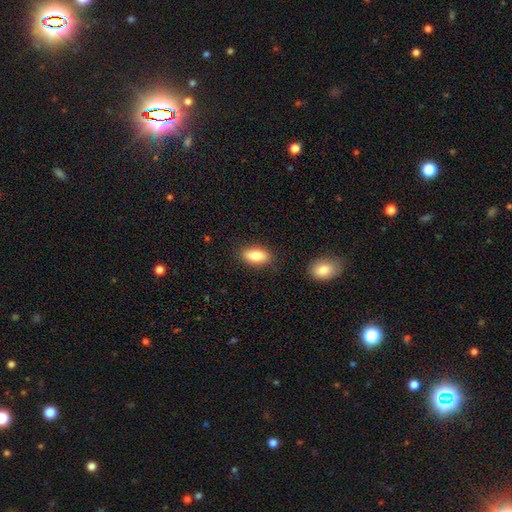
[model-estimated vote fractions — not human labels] The model was most divided on "smooth or featured": smooth: 82%, featured or disk: 11%, star or artifact: 7%. More confident: how rounded — in between (88%); merging — none (85%).